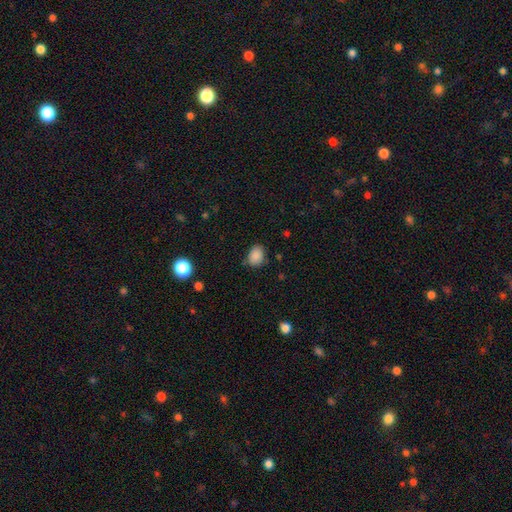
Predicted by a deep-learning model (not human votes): This is clearly a smooth galaxy (87%). How rounded: likely in between (62%). Merging: likely none (76%).